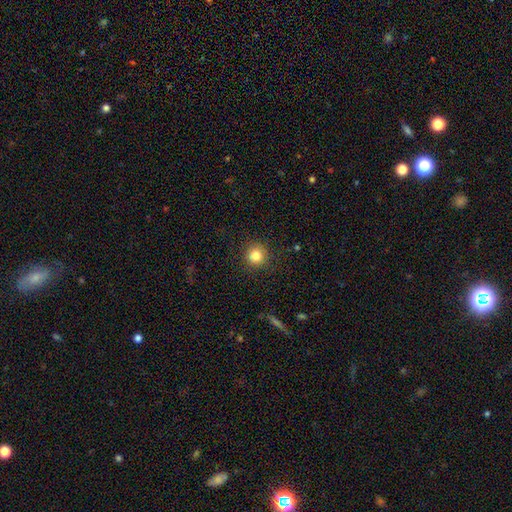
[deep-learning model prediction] smooth-or-featured: smooth: 83% | star or artifact: 12% | featured or disk: 6%
  how-rounded: round: 94% | in between: 5% | cigar-shaped: 1%
  merging: none: 90% | minor disturbance: 7% | major disturbance: 2% | merger: 1%